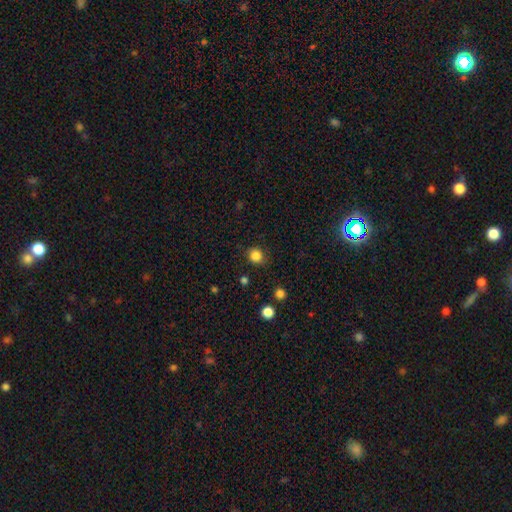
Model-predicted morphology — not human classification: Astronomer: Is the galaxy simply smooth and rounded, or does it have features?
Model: smooth — 84%.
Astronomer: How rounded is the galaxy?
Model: round — 81%.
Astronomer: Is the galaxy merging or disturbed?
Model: none — 85%.